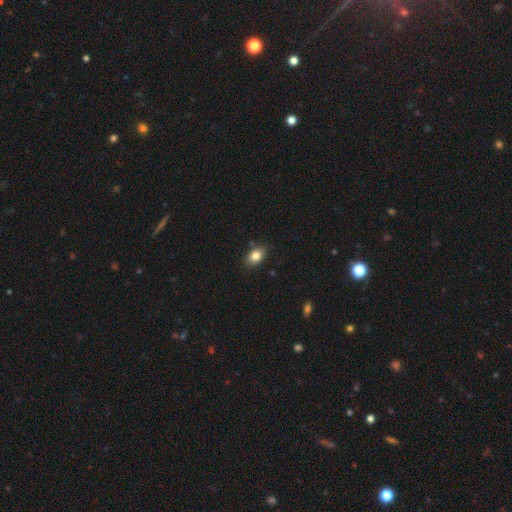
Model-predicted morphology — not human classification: A smooth galaxy with no disk features (82%) that is in between round and cigar-shaped (79%). Merging: none (83%).